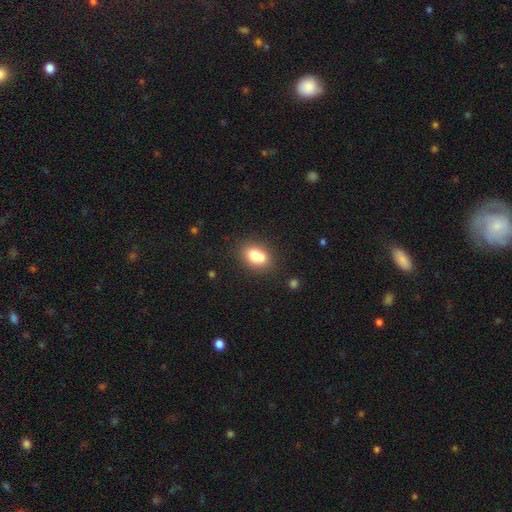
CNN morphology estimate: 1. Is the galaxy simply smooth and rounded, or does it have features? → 72% smooth, 18% featured or disk, 10% star or artifact.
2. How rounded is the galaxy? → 66% in between, 33% round, 2% cigar-shaped.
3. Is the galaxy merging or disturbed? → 46% none, 36% merger, 13% minor disturbance, 5% major disturbance.